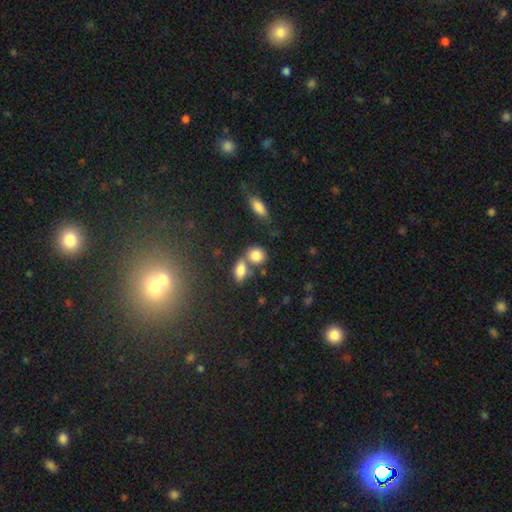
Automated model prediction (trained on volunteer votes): smooth 83%, star or artifact 9%, featured or disk 7%. Down the decision tree: how rounded — round (59%); merging — none (45%).